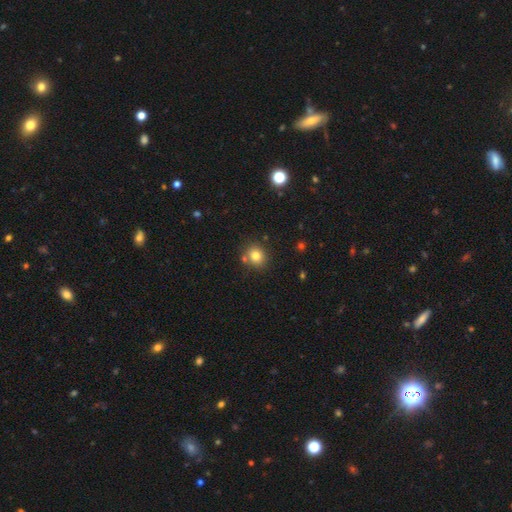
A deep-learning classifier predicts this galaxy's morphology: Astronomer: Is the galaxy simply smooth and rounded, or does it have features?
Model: smooth — 78%.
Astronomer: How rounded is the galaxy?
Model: round — 77%.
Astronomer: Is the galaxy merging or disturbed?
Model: none — 77%.